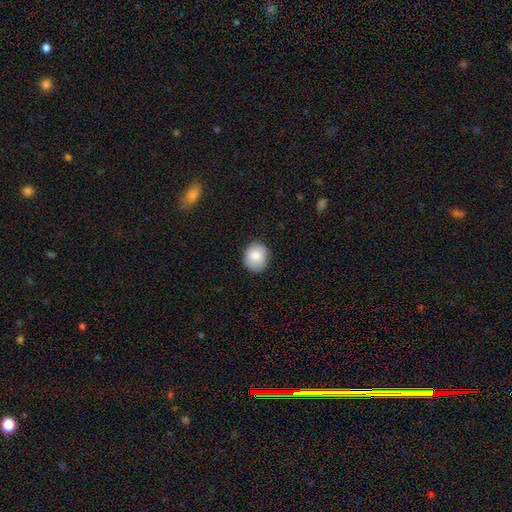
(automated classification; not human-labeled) smooth-or-featured: smooth: 84% | featured or disk: 9% | star or artifact: 8%
  how-rounded: round: 71% | in between: 28% | cigar-shaped: 1%
  merging: none: 82% | minor disturbance: 14% | major disturbance: 3% | merger: 1%